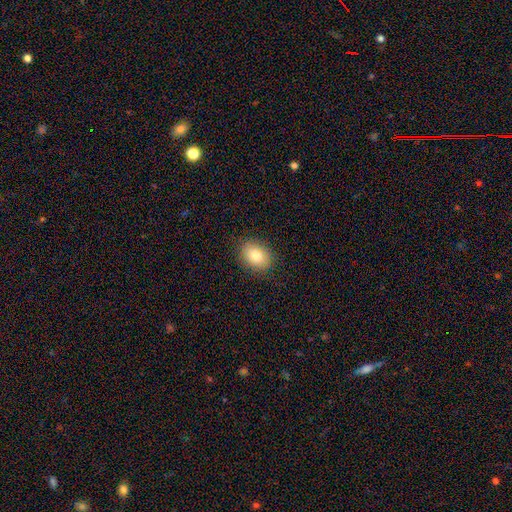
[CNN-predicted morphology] The model was most divided on "how rounded": in between: 69%, round: 30%, cigar-shaped: 1%. More confident: merging — none (87%); smooth or featured — smooth (82%).